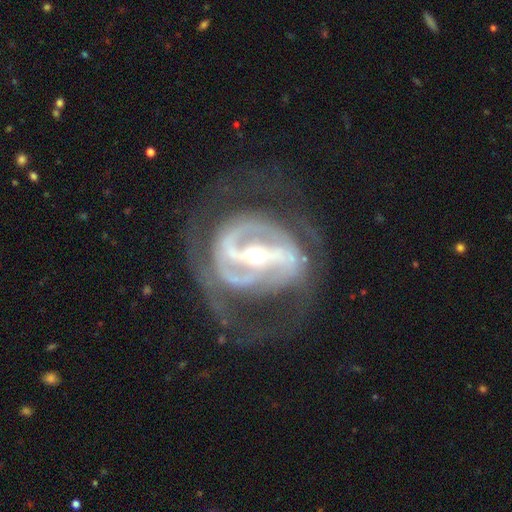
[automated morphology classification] A featured or disk galaxy (90%) with a strong bar (75%), 2 (63%) tight (43%) spiral arms (88%) and a small central bulge (67%).

Vote fractions:
- Smooth or featured? featured or disk: 90% / star or artifact: 5% / smooth: 5%
- Edge-on disk? no: 96% / yes: 4%
- Bar? strong: 75% / weak: 18% / no: 7%
- Spiral arms? yes: 88% / no: 12%
- Spiral winding? tight: 43% / medium: 41% / loose: 15%
- Spiral arm count? 2: 63% / can't tell: 17% / 3: 9% / 1: 4% / 4: 3% / more than 4: 3%
- Bulge size? small: 67% / moderate: 29% / large: 2% / dominant: 1% / none: 1%
- Merging? none: 55% / major disturbance: 26% / minor disturbance: 17% / merger: 2%